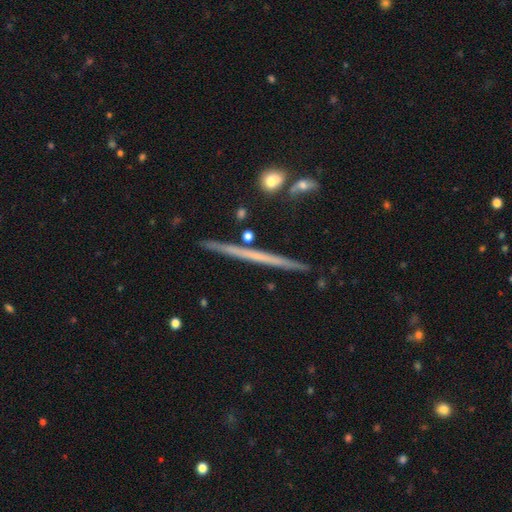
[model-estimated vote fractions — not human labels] Smooth or featured? Predicted: featured or disk (p=0.63). Edge-on disk? Predicted: yes (p=0.98). Edge-on bulge? Predicted: none (p=0.90). Merging? Predicted: none (p=0.90).